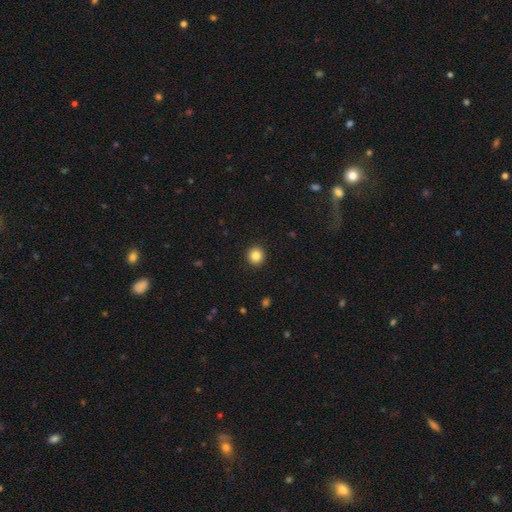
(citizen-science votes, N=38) A smooth galaxy with no disk features (92%) that is round (94%). Merging: none (100%).